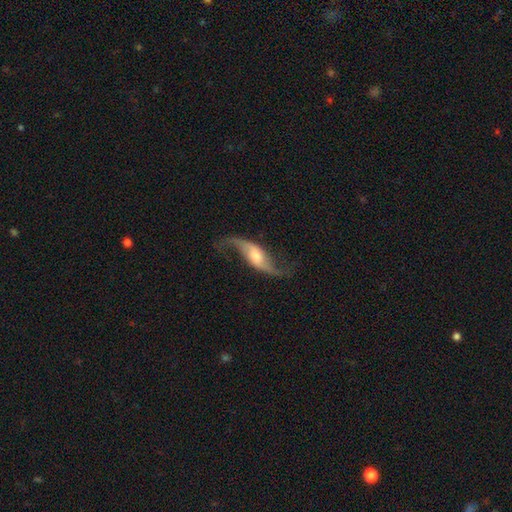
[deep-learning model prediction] Overall: featured or disk (85%). Edge-on disk: no (89%). Bar: weak (41%; no 40%). Spiral arms: yes (96%). Spiral arm count: 2 (93%). Spiral winding: loose (91%). Bulge size: moderate (39%; small 28%). Merging: none (72%).